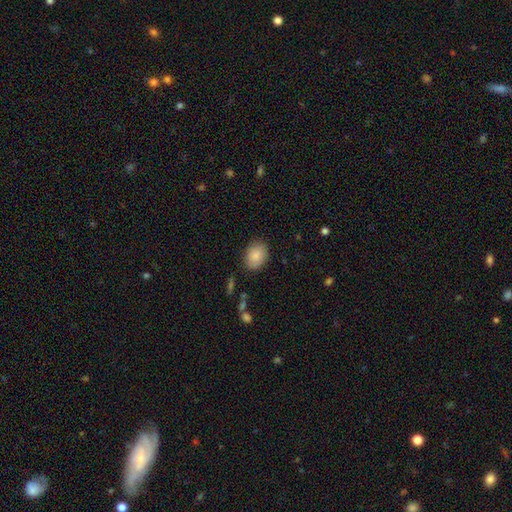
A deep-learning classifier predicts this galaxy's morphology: smooth_or_featured: smooth (p=0.88) [alt: star or artifact p=0.07]
how_rounded: in between (p=0.66) [alt: round p=0.33]
merging: none (p=0.85) [alt: minor disturbance p=0.11]